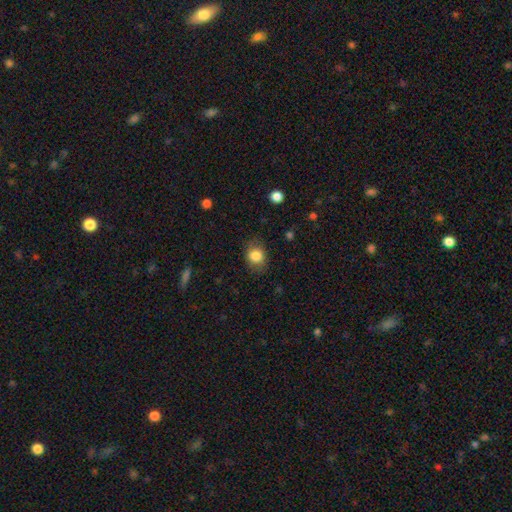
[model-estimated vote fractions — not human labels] Smooth or featured? smooth (83%)
How rounded? round (54%)
Merging? none (76%)